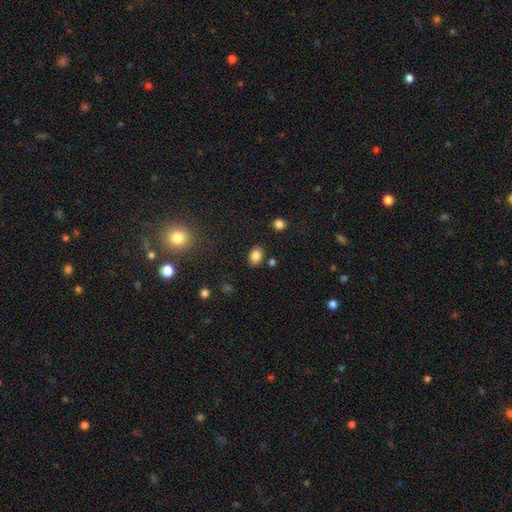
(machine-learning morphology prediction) This appears to be a smooth galaxy with no disk features (84%) that is in between round and cigar-shaped (79%). Merging: none (82%).